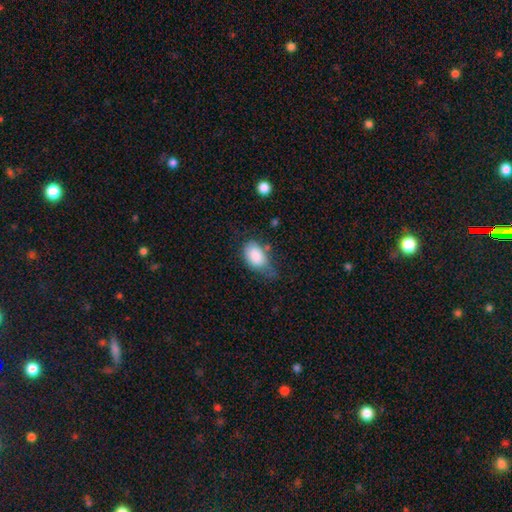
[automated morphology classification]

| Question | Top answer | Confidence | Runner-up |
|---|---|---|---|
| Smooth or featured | smooth | 86% | featured or disk (7%) |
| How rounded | in between | 89% | round (10%) |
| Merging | none | 44% | minor disturbance (38%) |